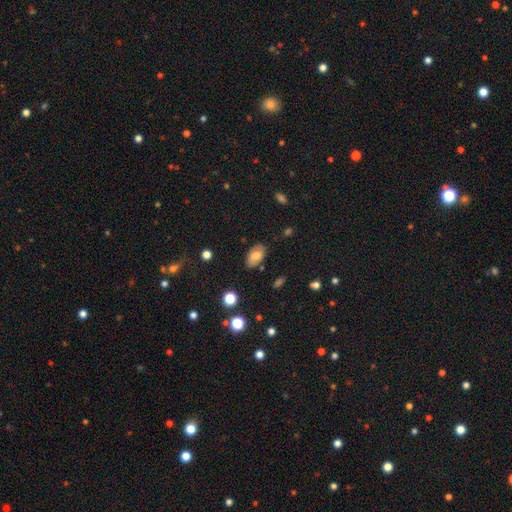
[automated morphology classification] Smooth or featured? smooth (64%)
How rounded? in between (92%)
Merging? none (79%)